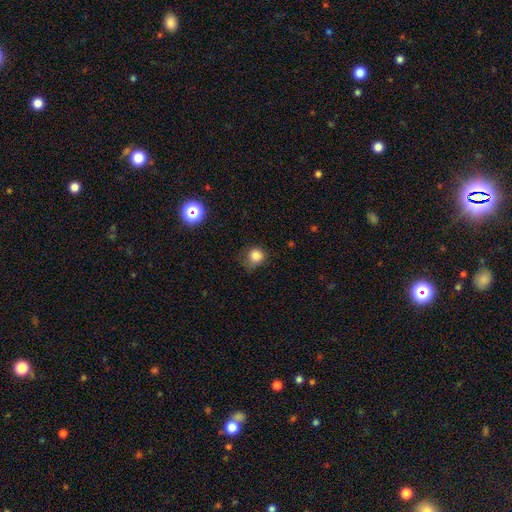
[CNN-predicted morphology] A smooth galaxy with no disk features (83%) that is round (80%).

Vote fractions:
- Smooth or featured? smooth: 83% / star or artifact: 12% / featured or disk: 5%
- How rounded? round: 80% / in between: 19% / cigar-shaped: 1%
- Merging? none: 59% / minor disturbance: 29% / major disturbance: 10% / merger: 2%